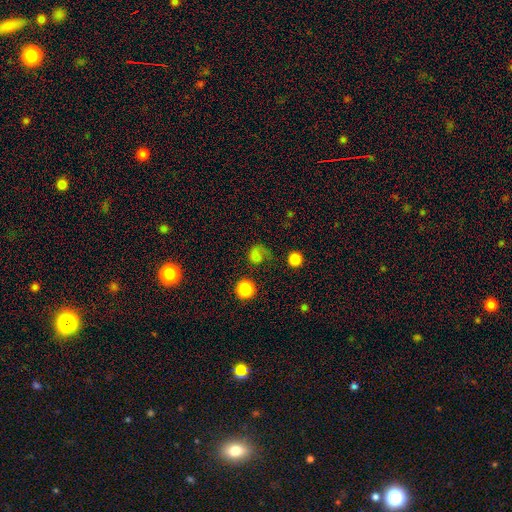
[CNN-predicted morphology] Smooth or featured: smooth — 68% (star or artifact — 17%)
How rounded: round — 71% (in between — 28%)
Merging: none — 44% (major disturbance — 31%)